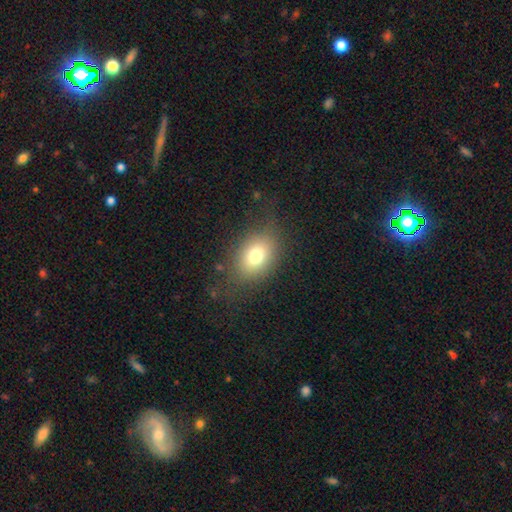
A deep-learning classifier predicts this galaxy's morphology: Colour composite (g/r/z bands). It shows a smooth galaxy with no disk features (73%) that is in between round and cigar-shaped (70%). Merging: none (72%).